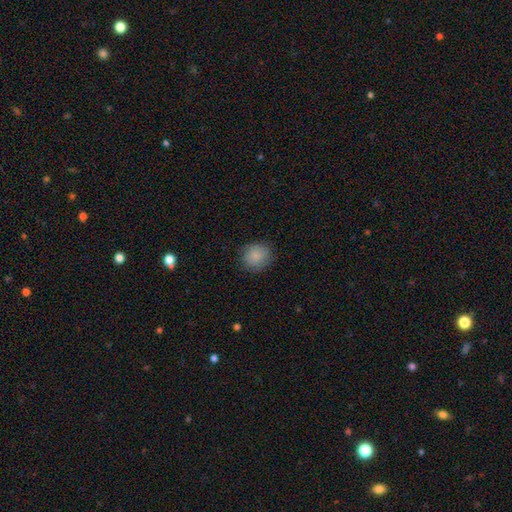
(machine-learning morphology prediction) This appears to be a smooth galaxy with no disk features (86%) that is round (83%). Merging: none (83%).